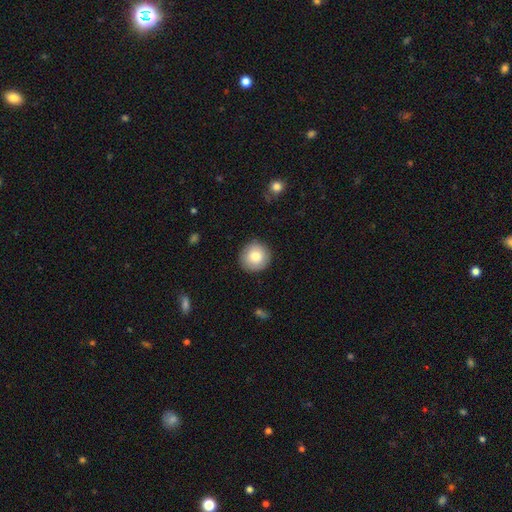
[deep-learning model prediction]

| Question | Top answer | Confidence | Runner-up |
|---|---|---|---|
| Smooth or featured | smooth | 81% | featured or disk (11%) |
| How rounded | round | 94% | in between (5%) |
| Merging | none | 89% | minor disturbance (8%) |